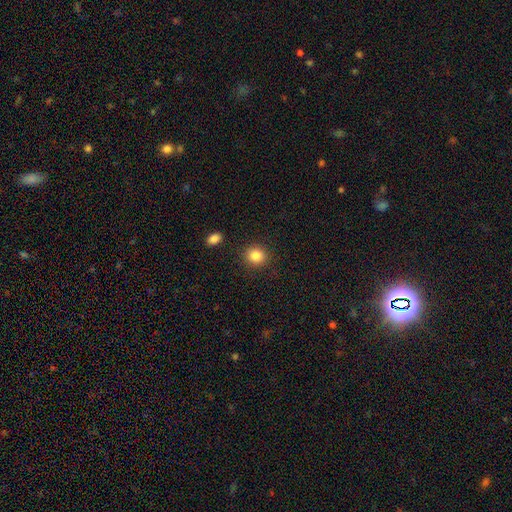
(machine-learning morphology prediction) This appears to be a smooth galaxy with no disk features (85%) that is round (85%). Merging: none (89%).